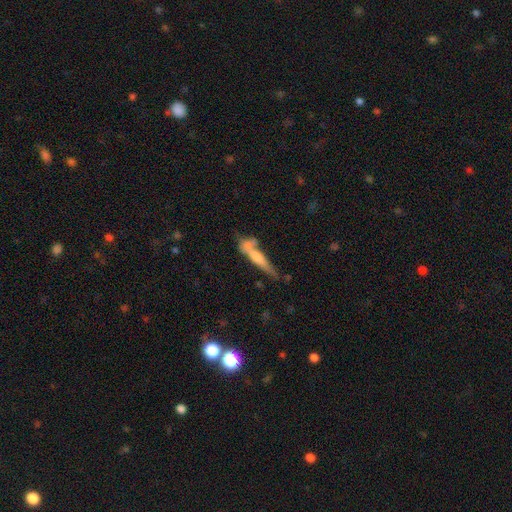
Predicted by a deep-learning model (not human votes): Smooth or featured: smooth — 48% (featured or disk — 44%)
Merging: none — 41% (merger — 29%)